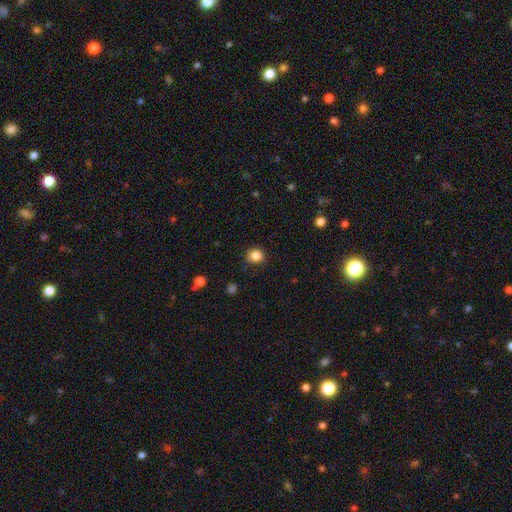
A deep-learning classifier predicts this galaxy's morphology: smooth 85%, star or artifact 11%, featured or disk 4%. Down the decision tree: how rounded — round (82%); merging — none (84%).